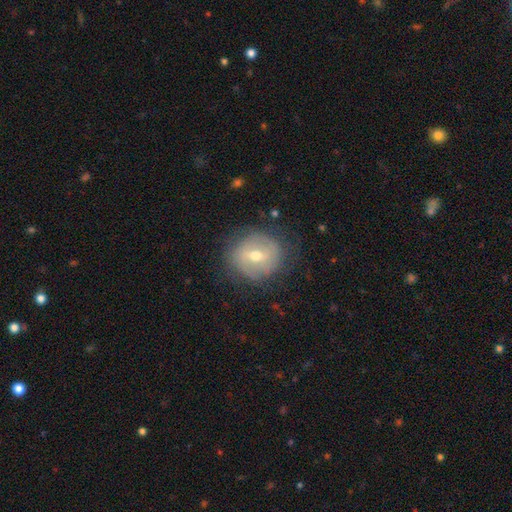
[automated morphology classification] smooth-or-featured: featured or disk: 55% | smooth: 36% | star or artifact: 9%
  disk-edge-on: no: 95% | yes: 5%
    bar: weak: 50% | strong: 25% | no: 25%
    has-spiral-arms: yes: 53% | no: 47%
    bulge-size: moderate: 65% | small: 30% | large: 3% | none: 1% | dominant: 1%
  merging: none: 77% | minor disturbance: 15% | major disturbance: 6% | merger: 1%